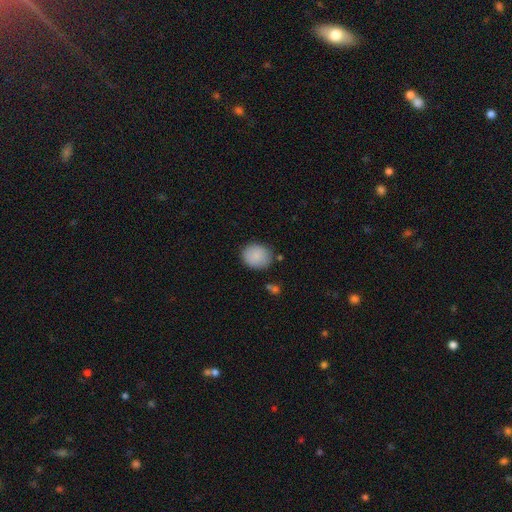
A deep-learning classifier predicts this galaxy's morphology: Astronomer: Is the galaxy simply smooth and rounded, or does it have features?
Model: smooth — 88%.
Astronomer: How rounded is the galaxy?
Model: round — 69%.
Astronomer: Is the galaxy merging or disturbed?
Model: none — 80%.